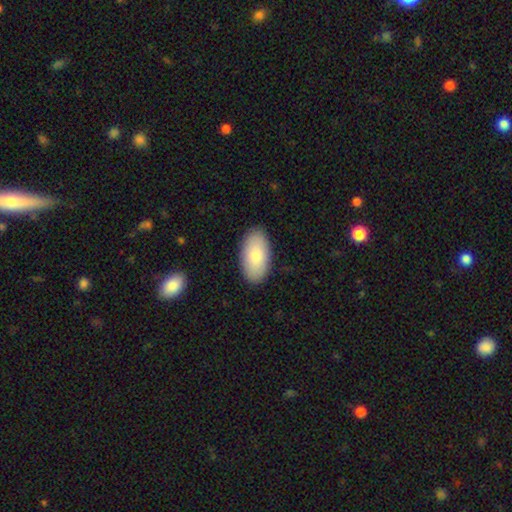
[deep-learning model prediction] Q: Smooth or featured?
A: smooth (83%); runner-up: featured or disk (11%)
Q: How rounded?
A: in between (96%); runner-up: round (2%)
Q: Merging?
A: none (88%); runner-up: minor disturbance (8%)